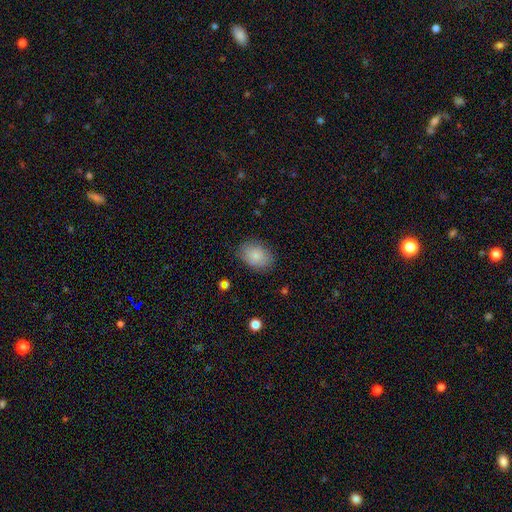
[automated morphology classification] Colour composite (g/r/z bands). It shows a smooth galaxy with no disk features (84%) that is in between round and cigar-shaped (77%). Merging: none (81%).